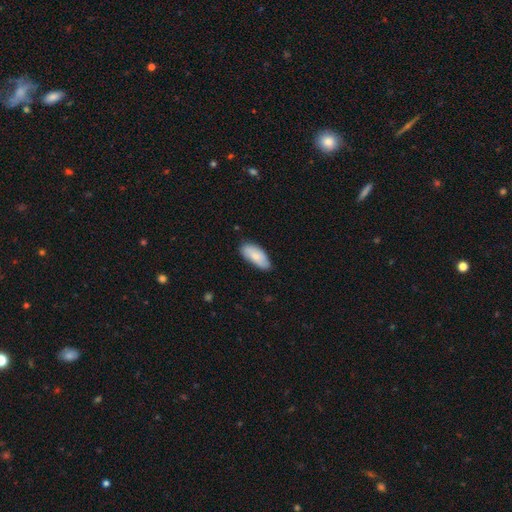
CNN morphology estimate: Smooth or featured? smooth (80%)
How rounded? in between (88%)
Merging? none (74%)